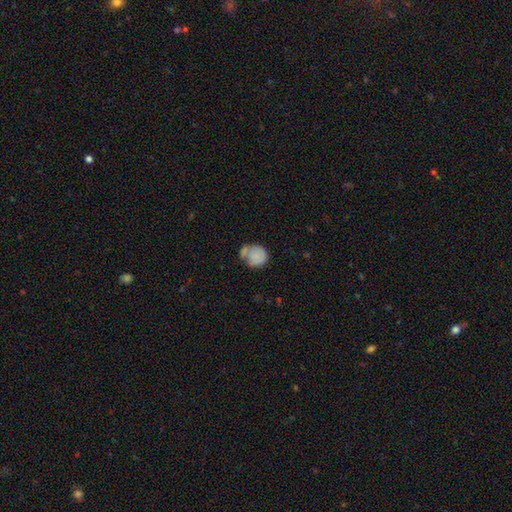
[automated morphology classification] The model was most divided on "merging": none: 37%, merger: 29%, minor disturbance: 22%, major disturbance: 12%. More confident: smooth or featured — smooth (79%); how rounded — round (77%).